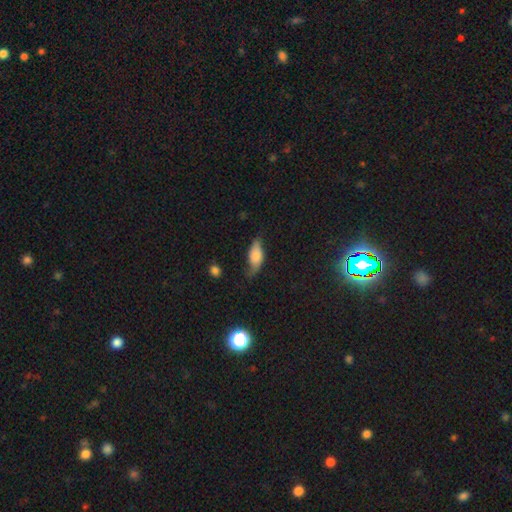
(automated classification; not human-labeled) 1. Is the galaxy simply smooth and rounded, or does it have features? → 67% smooth, 24% featured or disk, 8% star or artifact.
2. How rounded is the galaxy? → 80% in between, 16% cigar-shaped, 4% round.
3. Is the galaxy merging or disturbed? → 46% none, 39% minor disturbance, 13% major disturbance, 2% merger.